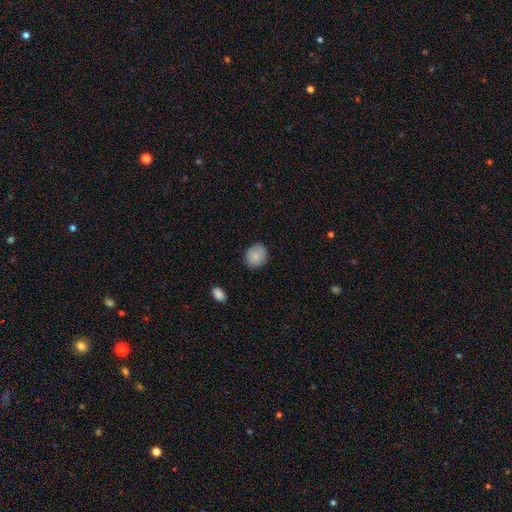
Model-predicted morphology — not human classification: This is clearly a smooth galaxy (87%). How rounded: likely round (69%). Merging: clearly none (85%).